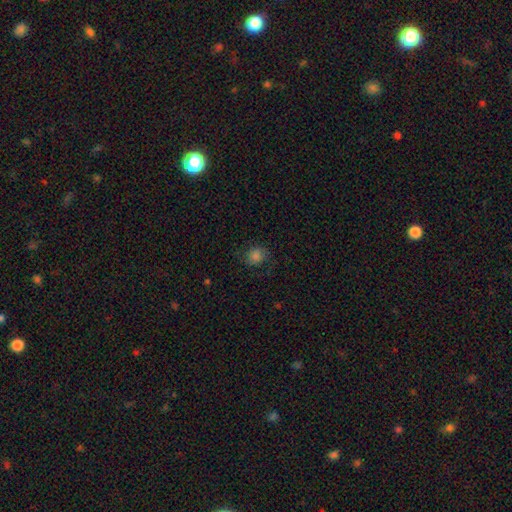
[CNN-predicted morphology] smooth-or-featured: smooth: 74% | featured or disk: 14% | star or artifact: 12%
  how-rounded: round: 72% | in between: 27% | cigar-shaped: 1%
  merging: none: 71% | minor disturbance: 19% | major disturbance: 9% | merger: 1%